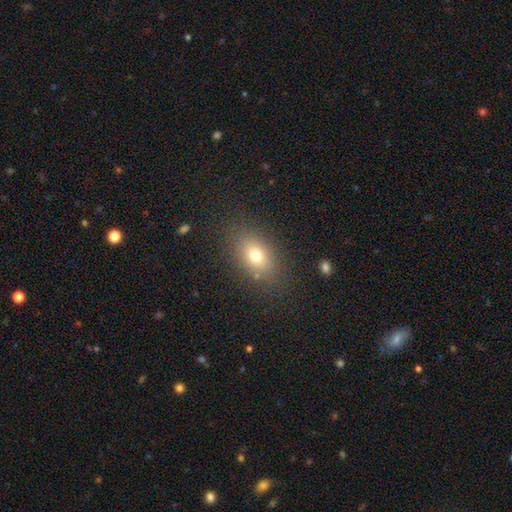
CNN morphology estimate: This is likely a smooth galaxy (74%). How rounded: likely in between (76%). Merging: clearly none (82%).